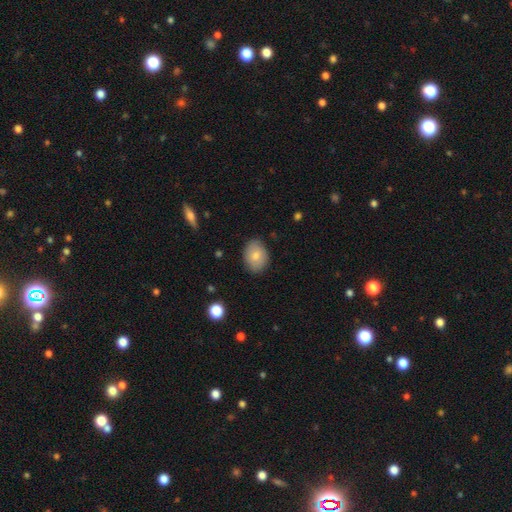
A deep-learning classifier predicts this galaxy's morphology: Q: Smooth or featured?
A: smooth (78%); runner-up: featured or disk (15%)
Q: How rounded?
A: in between (73%); runner-up: round (26%)
Q: Merging?
A: none (83%); runner-up: minor disturbance (13%)